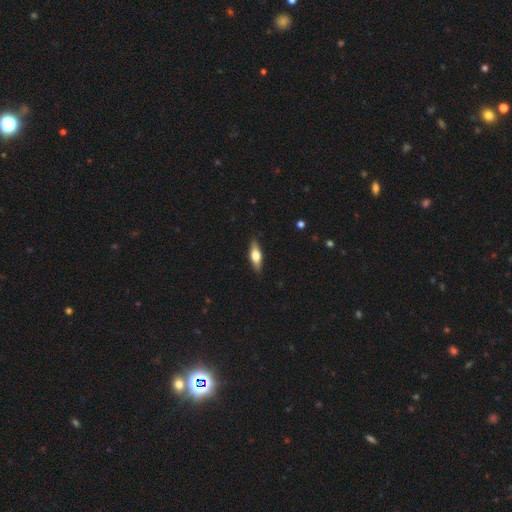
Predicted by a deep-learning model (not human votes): Morphology: type=featured or disk (47%, tied with smooth); merging=none (88%).